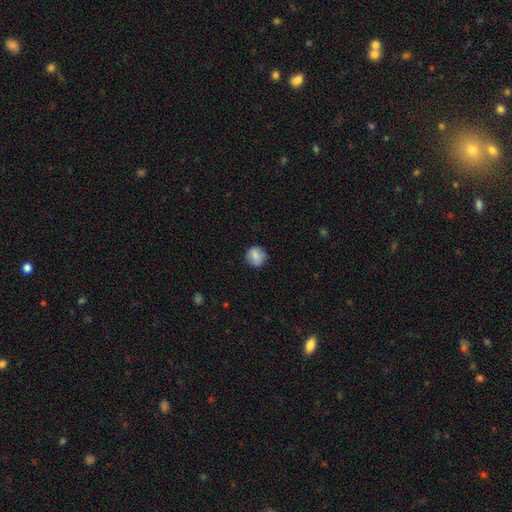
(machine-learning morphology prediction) Smooth or featured: smooth — 81% (featured or disk — 11%)
How rounded: round — 90% (in between — 9%)
Merging: none — 85% (minor disturbance — 11%)